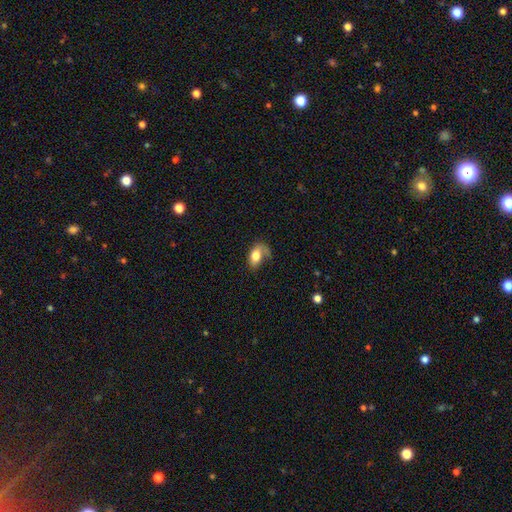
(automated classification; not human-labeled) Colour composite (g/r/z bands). It shows a smooth galaxy with no disk features (63%) that is in between round and cigar-shaped (85%). Merging: none (36%).